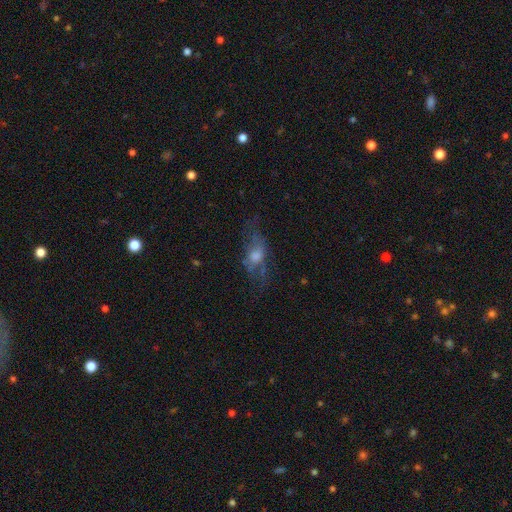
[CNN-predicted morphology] This appears to be a featured or disk galaxy (51%). Merging: none (56%).